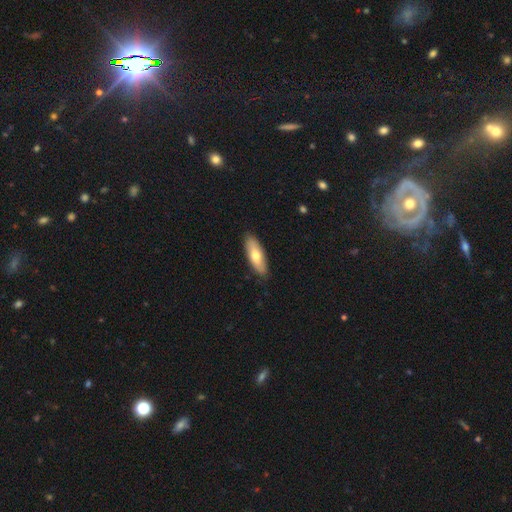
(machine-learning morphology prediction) The model was most divided on "how rounded": in between: 66%, cigar-shaped: 32%, round: 2%. More confident: merging — none (87%); smooth or featured — smooth (68%).